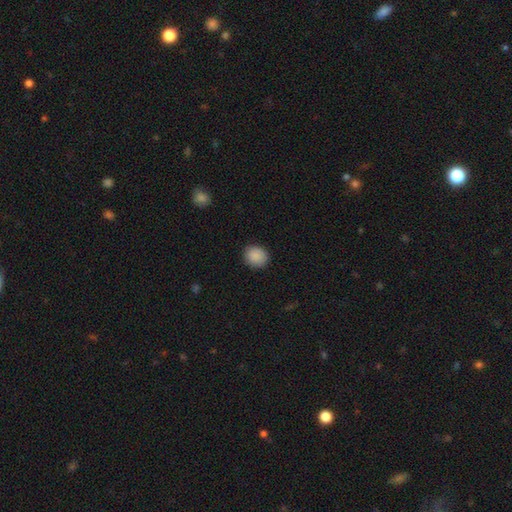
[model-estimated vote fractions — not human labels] Q: Smooth or featured?
A: smooth (89%); runner-up: star or artifact (8%)
Q: How rounded?
A: round (77%); runner-up: in between (23%)
Q: Merging?
A: none (89%); runner-up: minor disturbance (8%)